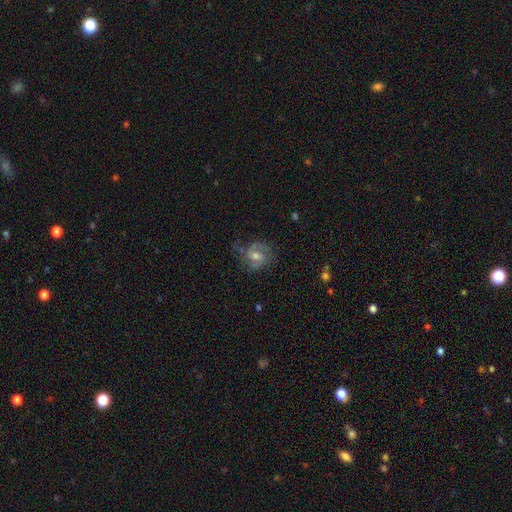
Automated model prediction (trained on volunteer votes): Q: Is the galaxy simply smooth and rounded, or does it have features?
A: featured or disk — 74%.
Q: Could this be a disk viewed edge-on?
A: no — 97%.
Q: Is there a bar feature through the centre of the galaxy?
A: no — 53%.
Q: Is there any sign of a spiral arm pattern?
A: yes — 93%.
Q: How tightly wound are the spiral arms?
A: medium — 51%.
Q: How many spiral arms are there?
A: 2 — 73%.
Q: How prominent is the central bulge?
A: moderate — 65%.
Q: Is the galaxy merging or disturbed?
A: none — 62%.